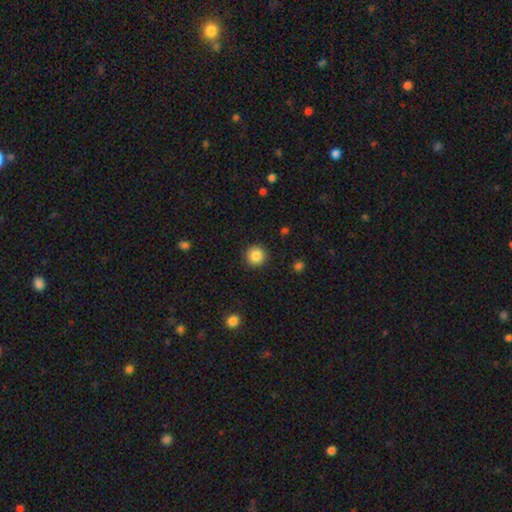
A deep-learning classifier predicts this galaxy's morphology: The model was most divided on "smooth or featured": smooth: 86%, star or artifact: 9%, featured or disk: 5%. More confident: how rounded — round (95%); merging — none (91%).